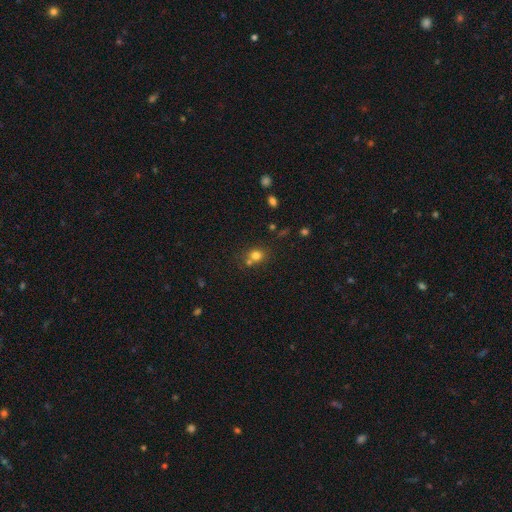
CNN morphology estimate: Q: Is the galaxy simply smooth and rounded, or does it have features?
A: smooth — 75%.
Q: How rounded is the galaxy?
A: round — 74%.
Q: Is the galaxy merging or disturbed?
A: none — 58%.